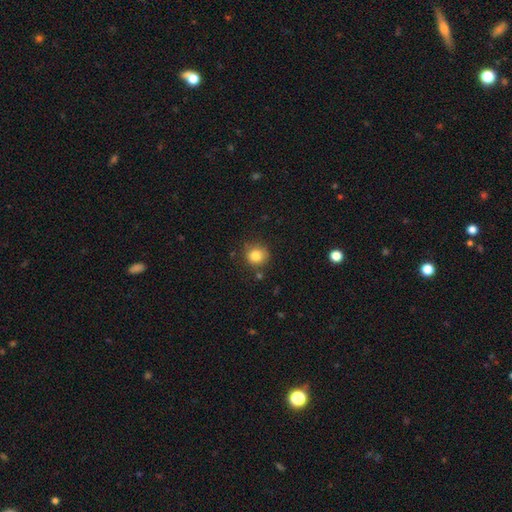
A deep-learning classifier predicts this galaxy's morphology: smooth 82%, star or artifact 11%, featured or disk 6%. Down the decision tree: how rounded — round (90%); merging — none (81%).